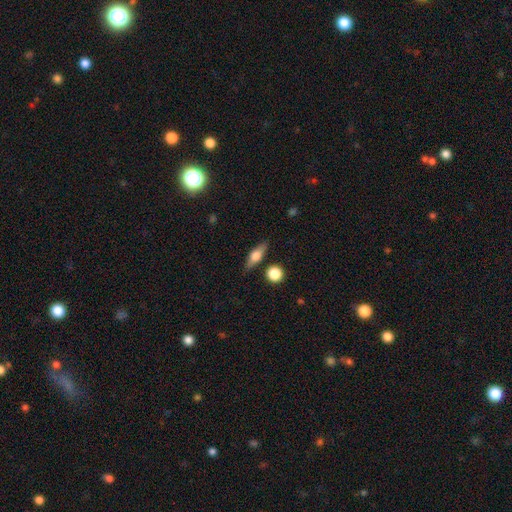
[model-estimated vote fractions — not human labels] Q: Smooth or featured?
A: smooth (47%); runner-up: featured or disk (45%)
Q: Merging?
A: none (81%); runner-up: minor disturbance (12%)